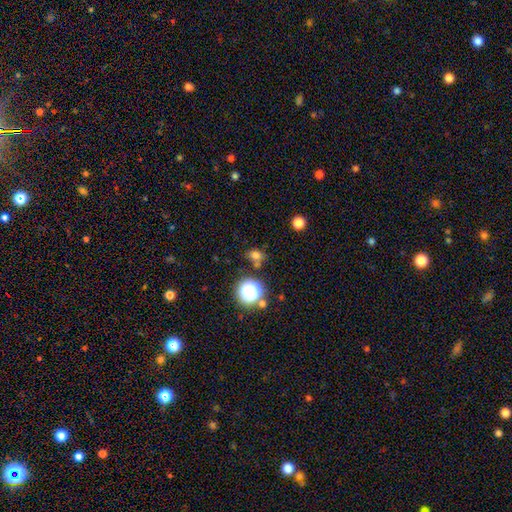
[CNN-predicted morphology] Smooth or featured?
  - smooth: 70% *
  - star or artifact: 21%
  - featured or disk: 8%
How rounded?
  - round: 49% * (tied)
  - in between: 49% * (tied)
  - cigar-shaped: 2%
Merging?
  - none: 69% *
  - minor disturbance: 16%
  - merger: 10%
  - major disturbance: 6%